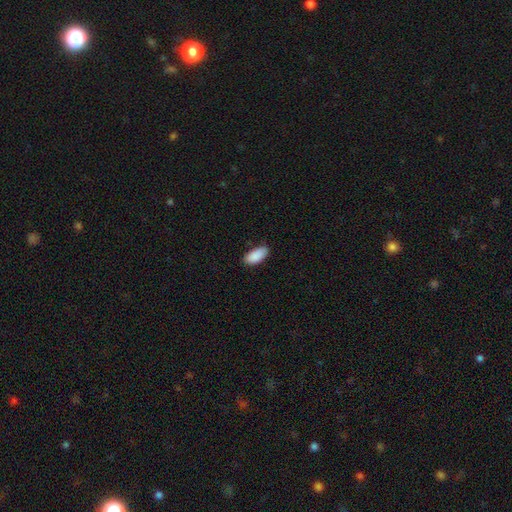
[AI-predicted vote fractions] The model was most divided on "merging": none: 80%, minor disturbance: 17%, major disturbance: 2%, merger: 1%. More confident: how rounded — in between (92%); smooth or featured — smooth (90%).